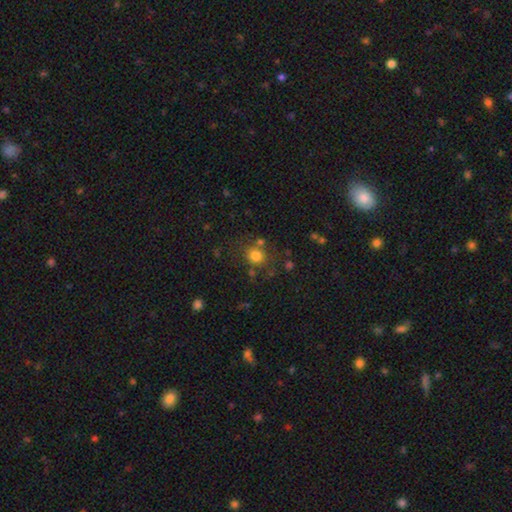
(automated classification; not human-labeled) Q: Smooth or featured?
A: smooth (78%); runner-up: star or artifact (14%)
Q: How rounded?
A: round (83%); runner-up: in between (16%)
Q: Merging?
A: none (73%); runner-up: minor disturbance (12%)